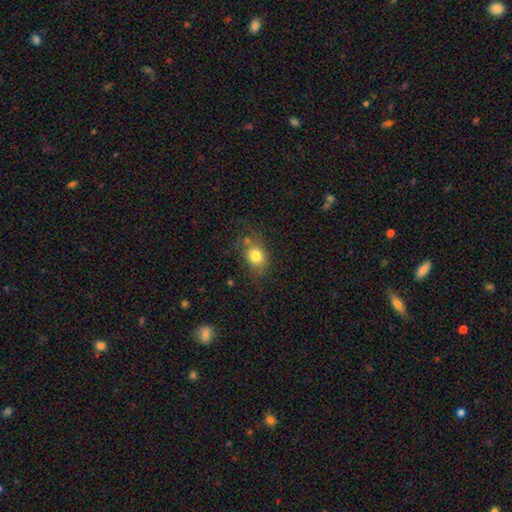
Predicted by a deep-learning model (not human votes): A smooth galaxy with no disk features (80%) that is in between round and cigar-shaped (51%). Merging: none (65%).